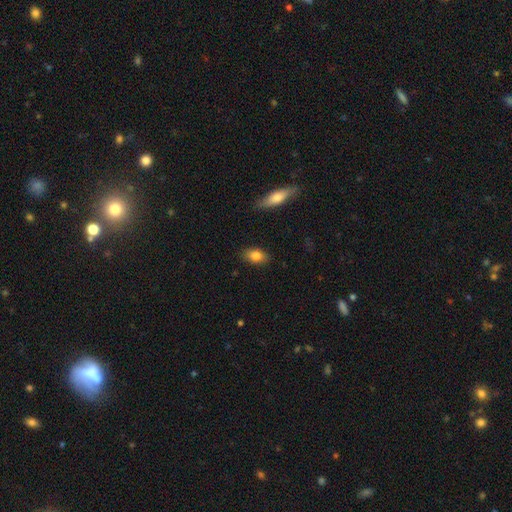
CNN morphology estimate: This appears to be a smooth galaxy with no disk features (83%) that is in between round and cigar-shaped (86%). Merging: none (86%).